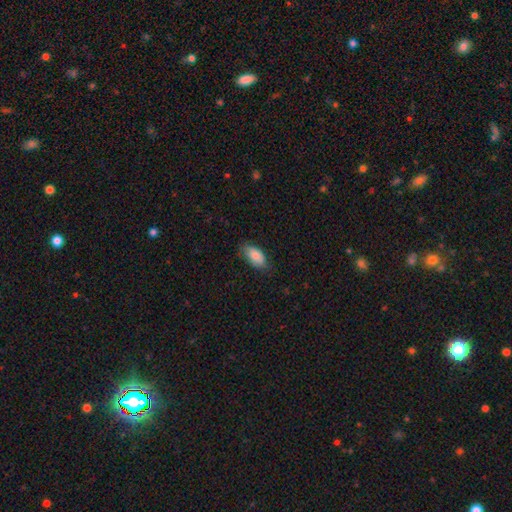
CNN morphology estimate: Smooth or featured? Predicted: smooth (p=0.81). How rounded? Predicted: in between (p=0.93). Merging? Predicted: none (p=0.71).